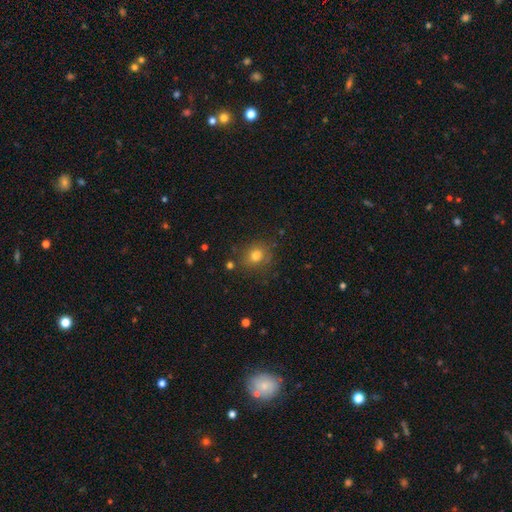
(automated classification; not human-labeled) Smooth or featured?
  - smooth: 77% *
  - star or artifact: 14%
  - featured or disk: 9%
How rounded?
  - round: 75% *
  - in between: 24%
  - cigar-shaped: 1%
Merging?
  - none: 78% *
  - minor disturbance: 14%
  - major disturbance: 5%
  - merger: 3%